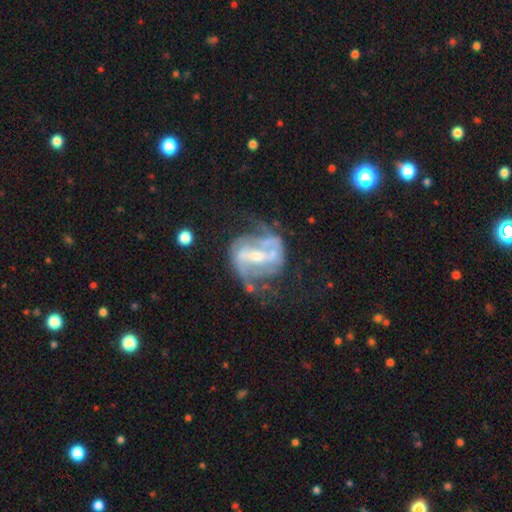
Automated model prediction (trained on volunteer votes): The model was most divided on "bulge size": small: 49%, moderate: 43%, none: 4%, large: 3%, dominant: 1%. Remaining: edge-on disk — no (97%); spiral arms — yes (92%); smooth or featured — featured or disk (87%); spiral arm count — 2 (84%); bar — strong (60%); merging — none (57%); spiral winding — medium (48%).